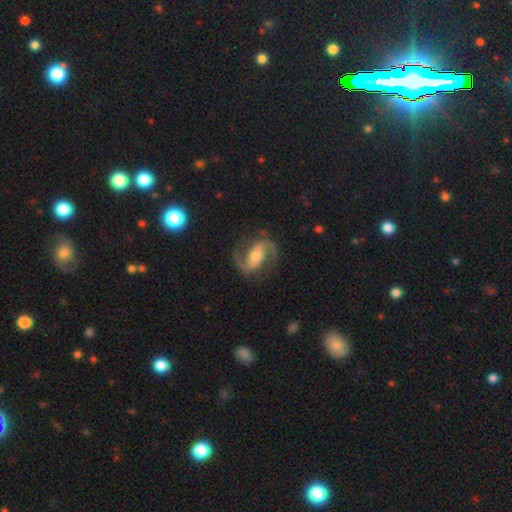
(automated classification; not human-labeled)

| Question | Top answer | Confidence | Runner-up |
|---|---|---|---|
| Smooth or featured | featured or disk | 90% | smooth (6%) |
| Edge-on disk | no | 97% | yes (3%) |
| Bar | strong | 45% | weak (35%) |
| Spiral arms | yes | 97% | no (3%) |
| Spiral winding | medium | 58% | loose (26%) |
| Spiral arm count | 2 | 94% | can't tell (2%) |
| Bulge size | moderate | 57% | small (34%) |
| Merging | none | 82% | minor disturbance (11%) |